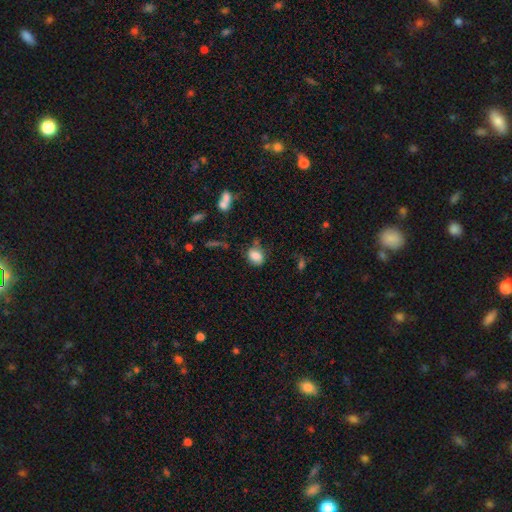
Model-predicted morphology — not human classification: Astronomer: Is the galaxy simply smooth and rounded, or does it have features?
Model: smooth — 83%.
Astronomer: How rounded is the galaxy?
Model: in between — 67%.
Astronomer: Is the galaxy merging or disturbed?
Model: none — 63%.